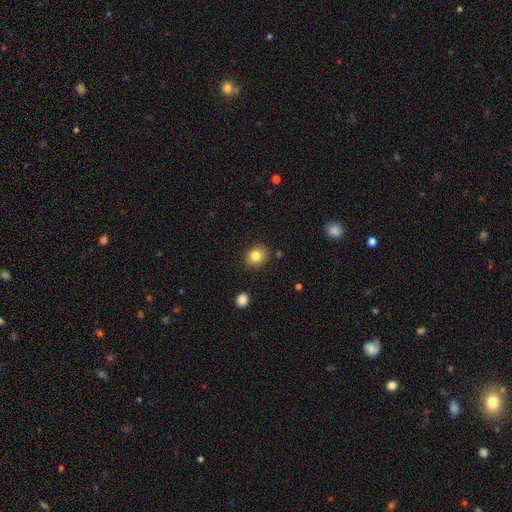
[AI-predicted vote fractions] A smooth galaxy with no disk features (82%) that is round (70%).

Vote fractions:
- Smooth or featured? smooth: 82% / star or artifact: 10% / featured or disk: 8%
- How rounded? round: 70% / in between: 29% / cigar-shaped: 1%
- Merging? none: 88% / minor disturbance: 8% / major disturbance: 2% / merger: 2%